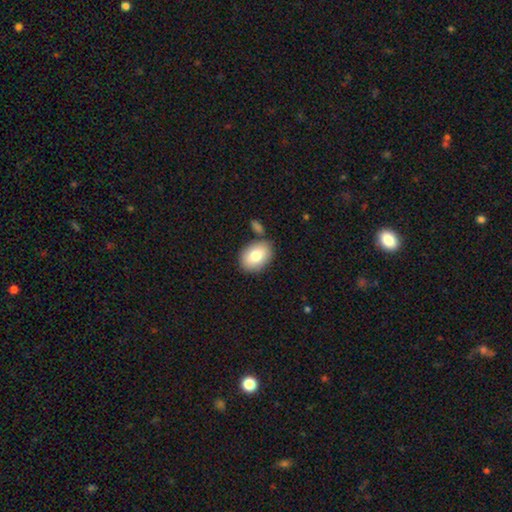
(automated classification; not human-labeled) Overall: smooth (80%). How rounded: in between (77%). Merging: none (77%).